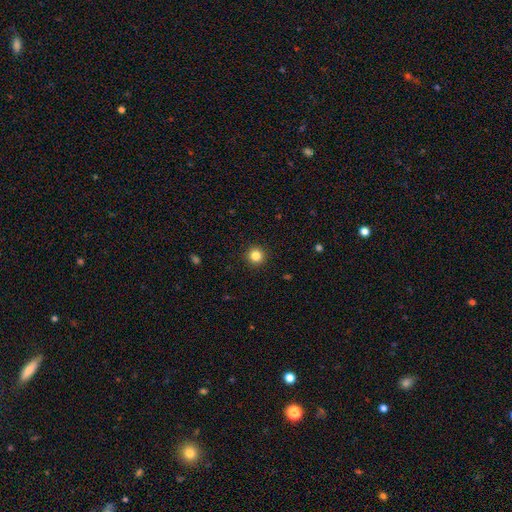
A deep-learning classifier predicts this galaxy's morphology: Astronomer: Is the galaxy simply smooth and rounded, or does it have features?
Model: smooth — 83%.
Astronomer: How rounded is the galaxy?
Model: round — 95%.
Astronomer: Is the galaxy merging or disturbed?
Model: none — 93%.